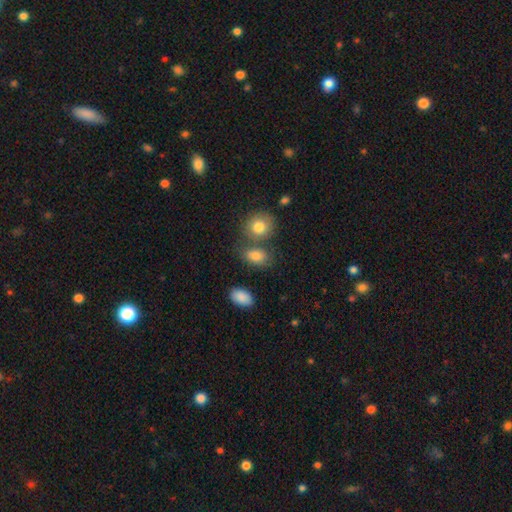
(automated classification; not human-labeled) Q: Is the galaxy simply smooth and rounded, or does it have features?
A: smooth — 82%.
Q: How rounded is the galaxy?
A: in between — 80%.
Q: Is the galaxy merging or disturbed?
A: none — 57%.